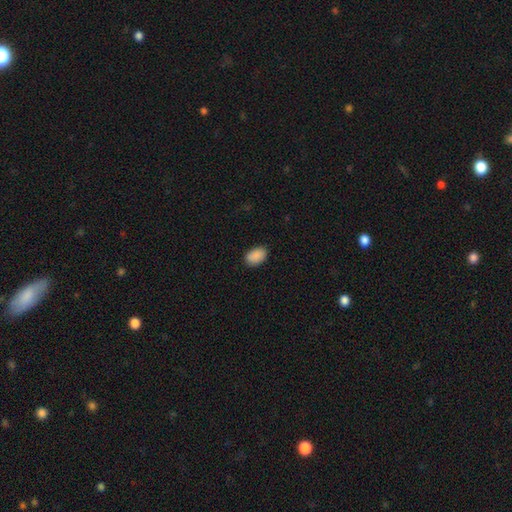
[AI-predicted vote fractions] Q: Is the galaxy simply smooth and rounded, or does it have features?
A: smooth — 90%.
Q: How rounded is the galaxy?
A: in between — 88%.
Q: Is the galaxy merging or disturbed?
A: none — 86%.